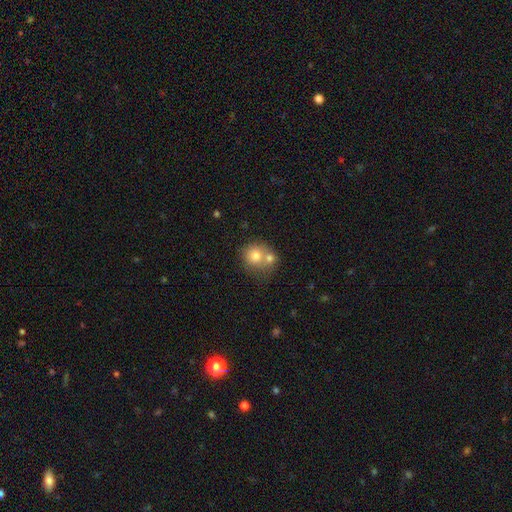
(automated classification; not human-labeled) smooth-or-featured: smooth: 75% | featured or disk: 16% | star or artifact: 9%
  how-rounded: round: 82% | in between: 17% | cigar-shaped: 1%
  merging: merger: 50% | none: 37% | minor disturbance: 9% | major disturbance: 4%